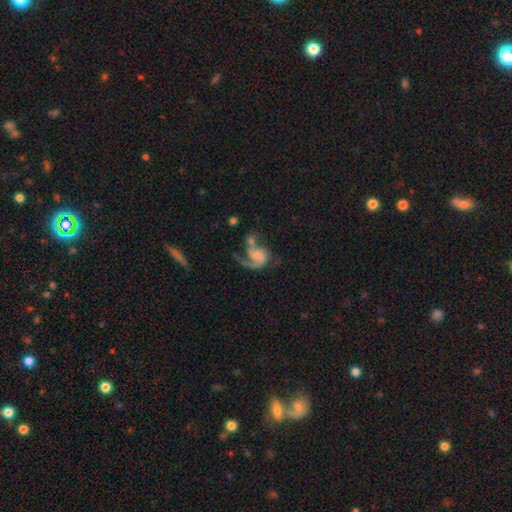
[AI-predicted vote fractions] smooth-or-featured: featured or disk: 75% | smooth: 18% | star or artifact: 7%
  disk-edge-on: no: 98% | yes: 2%
    bar: no: 68% | weak: 26% | strong: 6%
    has-spiral-arms: yes: 90% | no: 10%
      spiral-winding: loose: 46% | medium: 39% | tight: 15%
      spiral-arm-count: 1: 63% | 2: 29% | can't tell: 4% | 3: 2% | 4: 1% | more than 4: 1%
    bulge-size: none: 36% | small: 29% | moderate: 22% | large: 10% | dominant: 3%
  merging: major disturbance: 34% | none: 27% | merger: 25% | minor disturbance: 14%